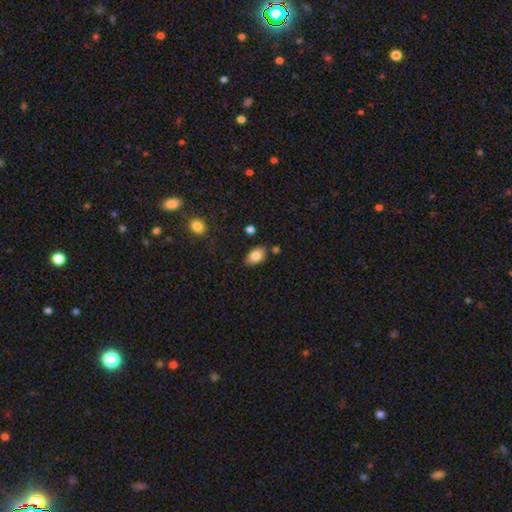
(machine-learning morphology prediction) Smooth or featured?
  - smooth: 82% *
  - featured or disk: 10%
  - star or artifact: 8%
How rounded?
  - in between: 90% *
  - round: 8%
  - cigar-shaped: 2%
Merging?
  - none: 80% *
  - minor disturbance: 13%
  - merger: 4%
  - major disturbance: 3%